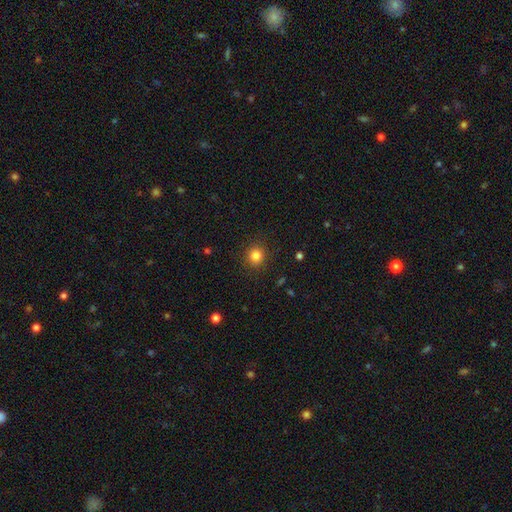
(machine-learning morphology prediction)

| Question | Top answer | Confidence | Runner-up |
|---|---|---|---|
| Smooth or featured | smooth | 83% | star or artifact (12%) |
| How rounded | round | 89% | in between (10%) |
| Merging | none | 89% | minor disturbance (7%) |